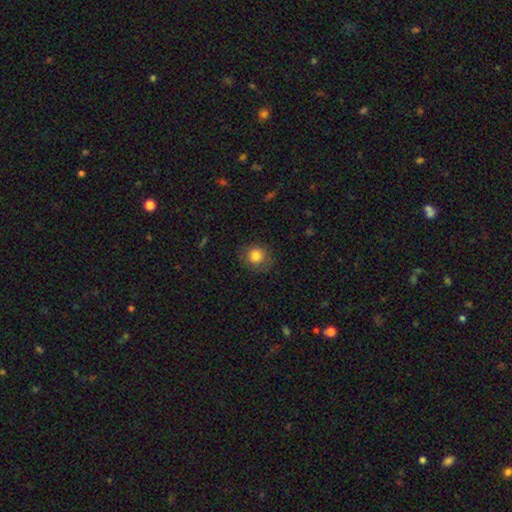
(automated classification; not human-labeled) Smooth or featured?
  - smooth: 82% *
  - star or artifact: 10%
  - featured or disk: 8%
How rounded?
  - round: 84% *
  - in between: 15%
  - cigar-shaped: 1%
Merging?
  - none: 78% *
  - minor disturbance: 15%
  - major disturbance: 6%
  - merger: 1%